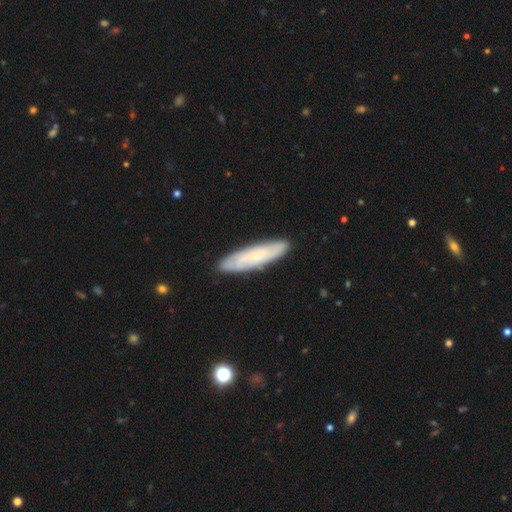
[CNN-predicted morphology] A smooth galaxy with no disk features (52%) that is cigar-shaped (73%). Merging: none (86%).